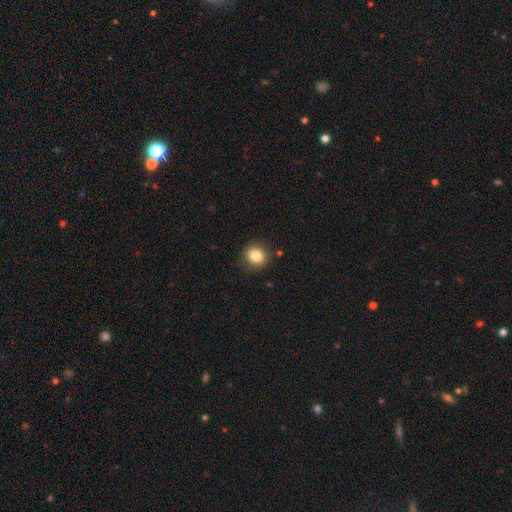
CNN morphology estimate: A smooth galaxy with no disk features (83%) that is round (81%).

Vote fractions:
- Smooth or featured? smooth: 83% / star or artifact: 10% / featured or disk: 7%
- How rounded? round: 81% / in between: 18% / cigar-shaped: 1%
- Merging? none: 85% / minor disturbance: 10% / major disturbance: 3% / merger: 2%